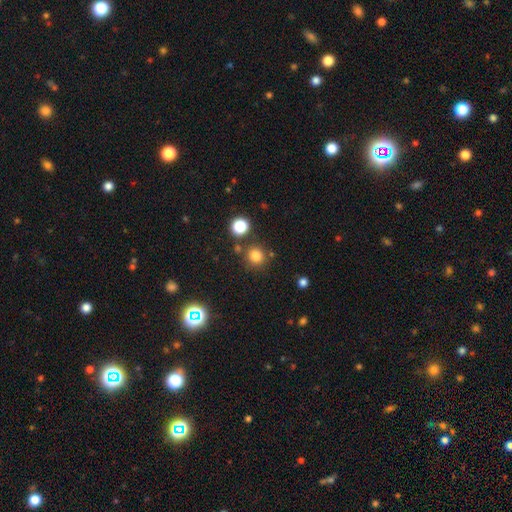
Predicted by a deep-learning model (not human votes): A smooth galaxy with no disk features (79%) that is round (91%).

Vote fractions:
- Smooth or featured? smooth: 79% / star or artifact: 16% / featured or disk: 5%
- How rounded? round: 91% / in between: 8% / cigar-shaped: 1%
- Merging? none: 80% / minor disturbance: 9% / merger: 8% / major disturbance: 3%